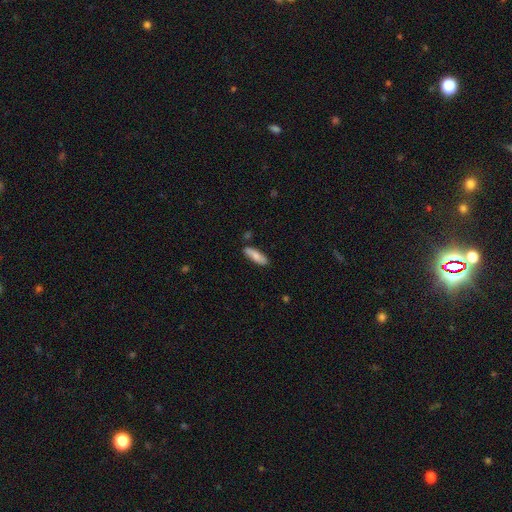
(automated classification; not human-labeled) This is likely a smooth galaxy (74%). How rounded: possibly in between (51%). Merging: clearly none (82%).